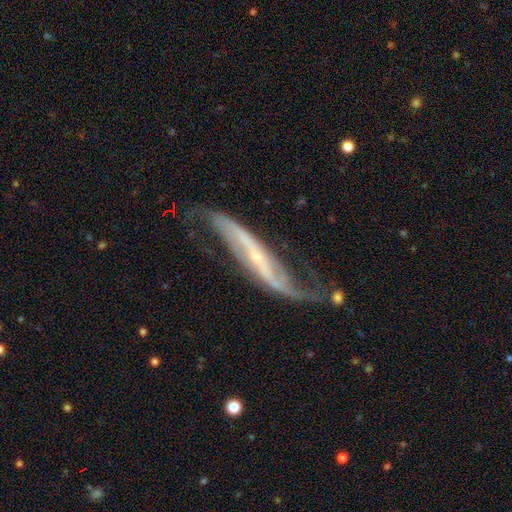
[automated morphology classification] type=featured or disk (85%); edge-on=no (69%); bar=strong (42%); spiral arms=yes (92%); winding=loose (78%); arm count=2 (88%); bulge=small (76%); merging=none (49%).